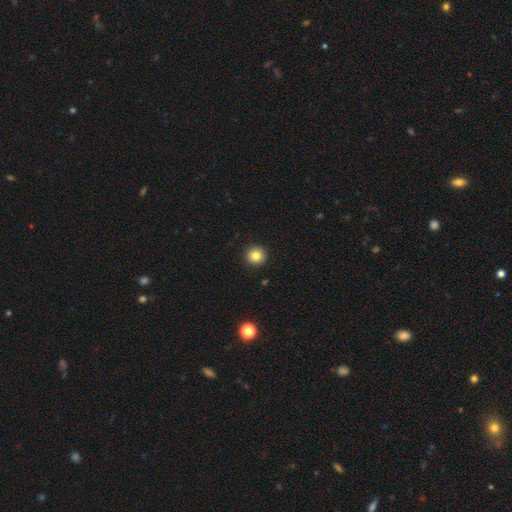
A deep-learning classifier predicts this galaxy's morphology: Smooth or featured? smooth (83%)
How rounded? round (95%)
Merging? none (93%)